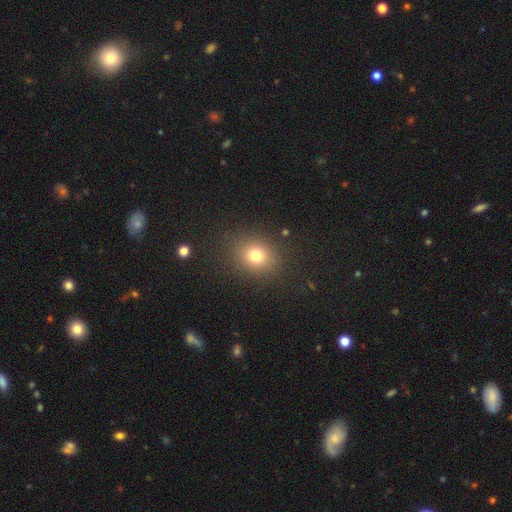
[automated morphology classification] type=smooth (76%); roundness=round (69%); merging=none (87%).